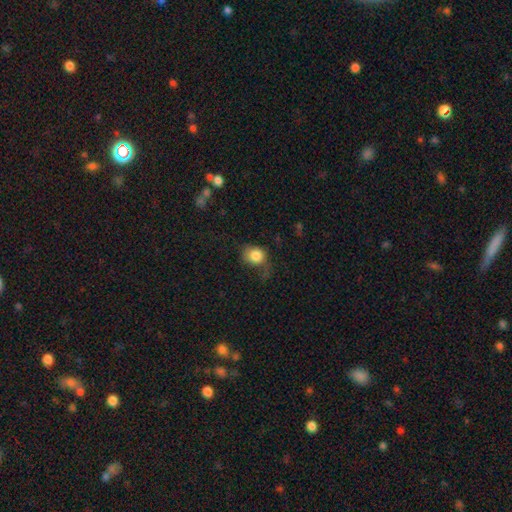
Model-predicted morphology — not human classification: The model was most divided on "merging": none: 43%, minor disturbance: 30%, major disturbance: 24%, merger: 3%. More confident: smooth or featured — smooth (82%); how rounded — round (72%).